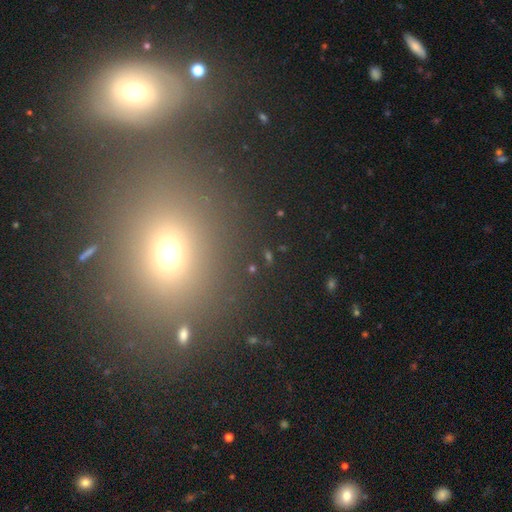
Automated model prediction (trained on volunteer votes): Smooth or featured: smooth — 55% (star or artifact — 31%)
How rounded: round — 56% (in between — 42%)
Merging: none — 70% (merger — 16%)